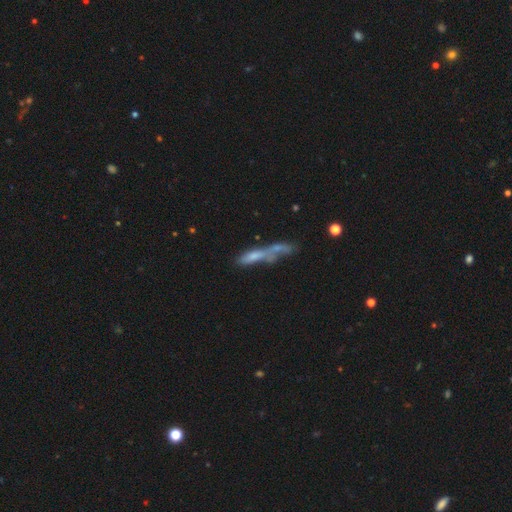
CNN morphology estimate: type=smooth (57%); roundness=cigar-shaped (75%); merging=merger (40%).